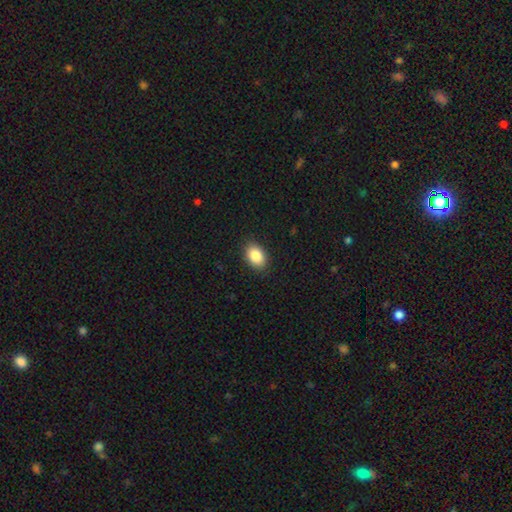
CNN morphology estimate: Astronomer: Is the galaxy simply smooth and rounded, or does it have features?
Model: smooth — 86%.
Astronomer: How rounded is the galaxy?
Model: in between — 85%.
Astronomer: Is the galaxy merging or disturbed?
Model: none — 89%.